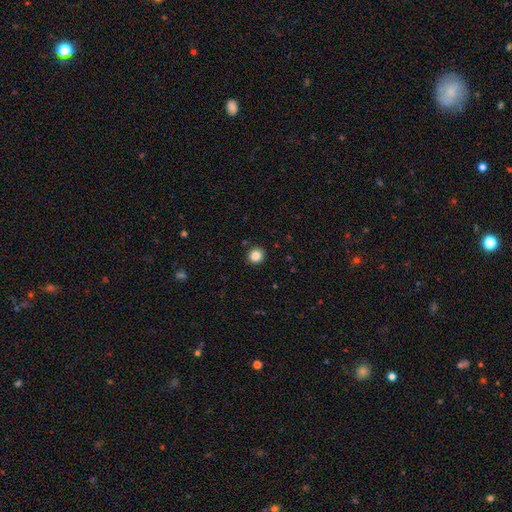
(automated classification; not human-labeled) smooth 86%, star or artifact 10%, featured or disk 4%. Down the decision tree: how rounded — round (93%); merging — none (92%).